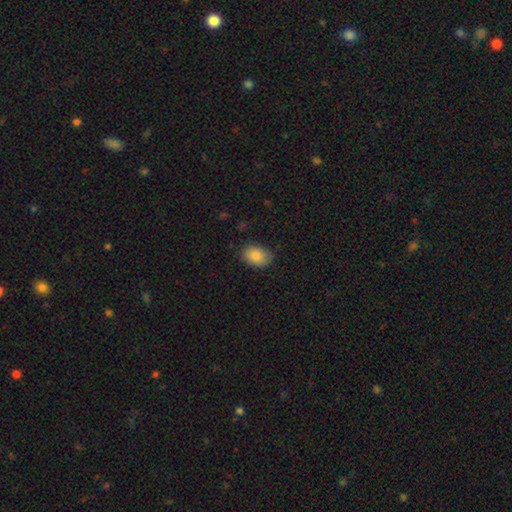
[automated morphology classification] smooth 86%, star or artifact 7%, featured or disk 7%. Down the decision tree: how rounded — in between (82%); merging — none (81%).